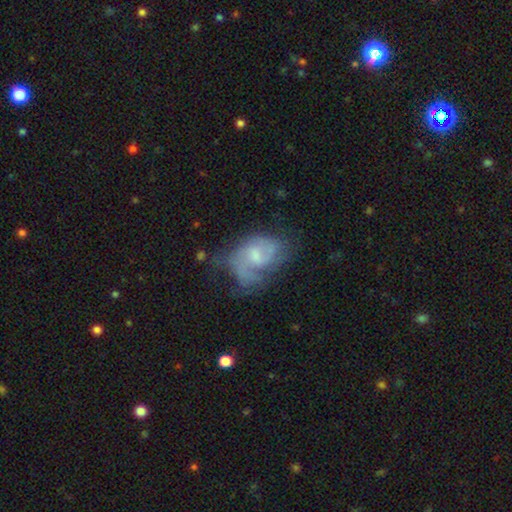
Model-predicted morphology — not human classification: Smooth or featured: featured or disk — 65% (smooth — 27%)
Edge-on disk: no — 97% (yes — 3%)
Bar: no — 50% (weak — 44%)
Spiral arms: yes — 77% (no — 23%)
Bulge size: moderate — 40% (small — 37%)
Merging: none — 36% (major disturbance — 31%)